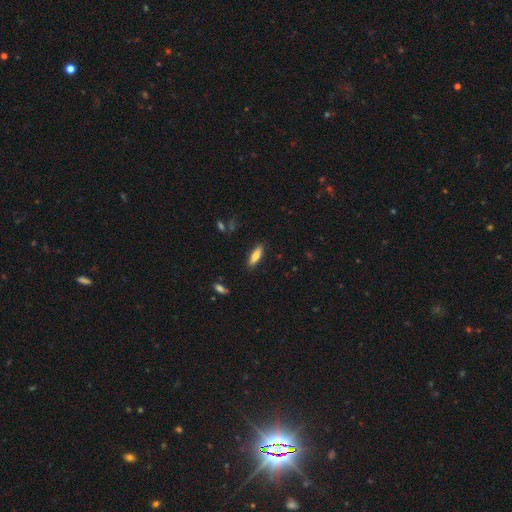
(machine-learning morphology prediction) Smooth or featured? Predicted: smooth (p=0.76). How rounded? Predicted: cigar-shaped (p=0.52). Merging? Predicted: none (p=0.87).